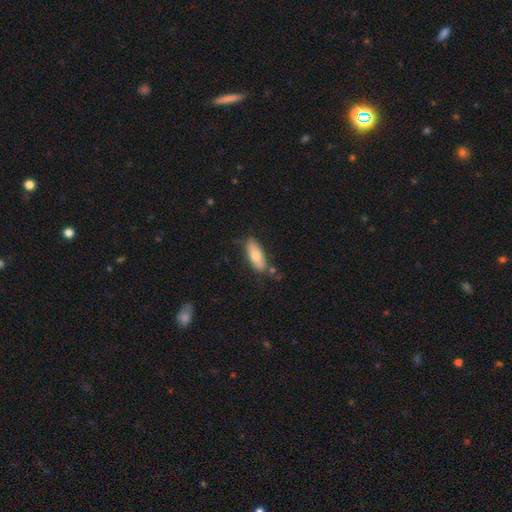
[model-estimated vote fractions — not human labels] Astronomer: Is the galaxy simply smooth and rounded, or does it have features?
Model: smooth — 69%.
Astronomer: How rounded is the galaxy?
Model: in between — 70%.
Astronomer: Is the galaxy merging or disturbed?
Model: none — 74%.